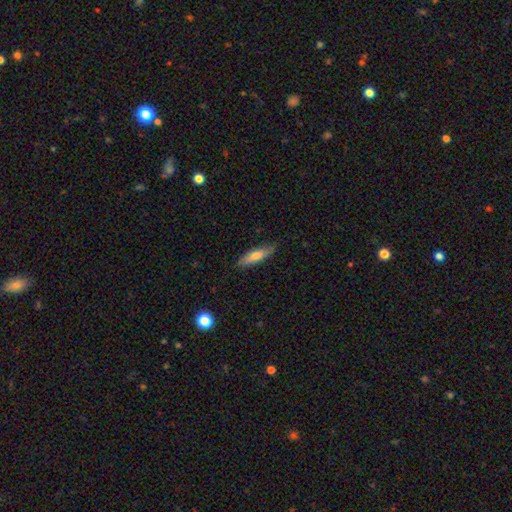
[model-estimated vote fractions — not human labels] smooth_or_featured: smooth (p=0.68) [alt: featured or disk p=0.25]
how_rounded: cigar-shaped (p=0.73) [alt: in between p=0.25]
merging: none (p=0.84) [alt: minor disturbance p=0.12]